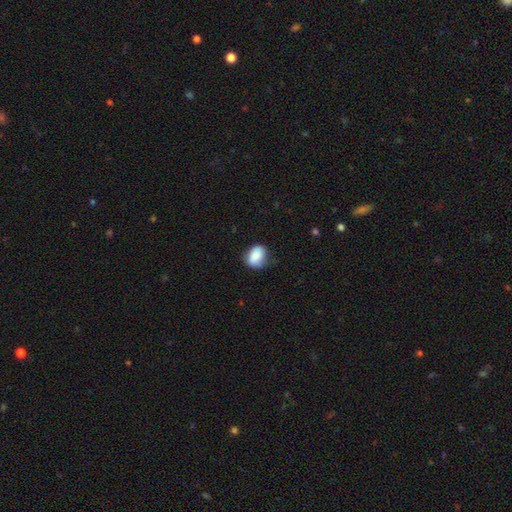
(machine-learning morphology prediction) type=smooth (85%); roundness=in between (65%); merging=none (67%).